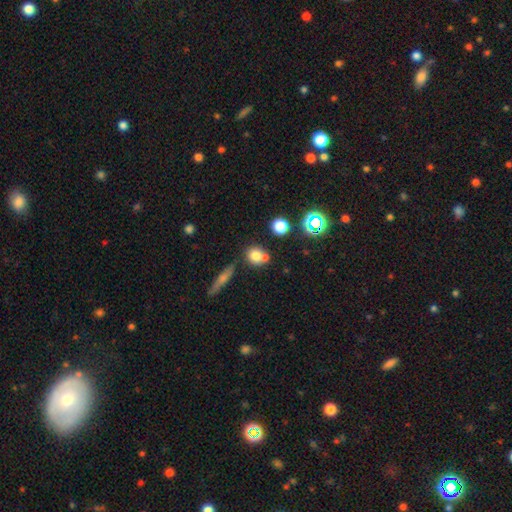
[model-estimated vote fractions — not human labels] smooth 75%, star or artifact 13%, featured or disk 12%. Down the decision tree: how rounded — round (78%); merging — none (55%).